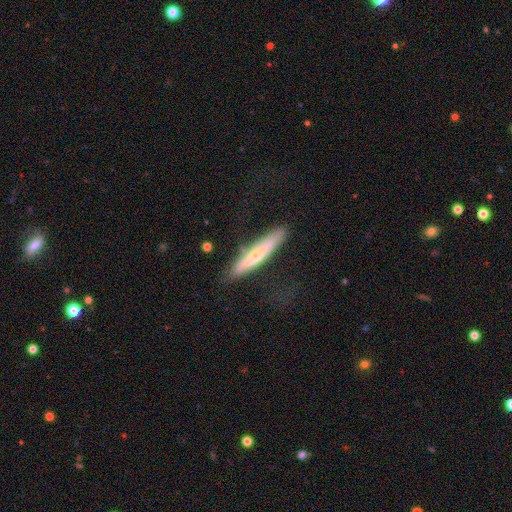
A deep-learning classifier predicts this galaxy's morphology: Q: Smooth or featured?
A: smooth (49%); runner-up: featured or disk (44%)
Q: Merging?
A: none (73%); runner-up: minor disturbance (19%)